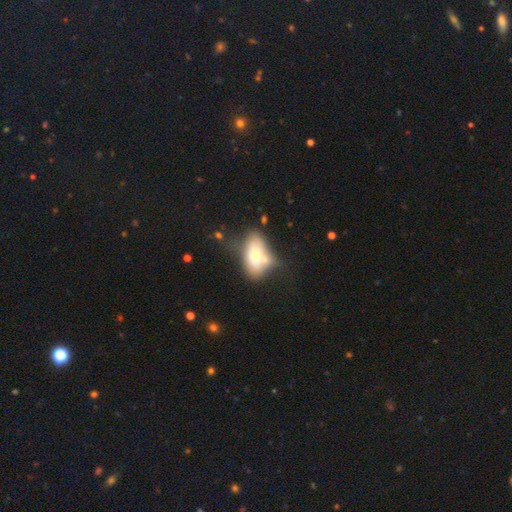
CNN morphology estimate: A smooth galaxy with no disk features (61%) that is in between round and cigar-shaped (87%).

Vote fractions:
- Smooth or featured? smooth: 61% / featured or disk: 31% / star or artifact: 8%
- How rounded? in between: 87% / round: 10% / cigar-shaped: 3%
- Merging? merger: 34% / none: 32% / minor disturbance: 21% / major disturbance: 13%